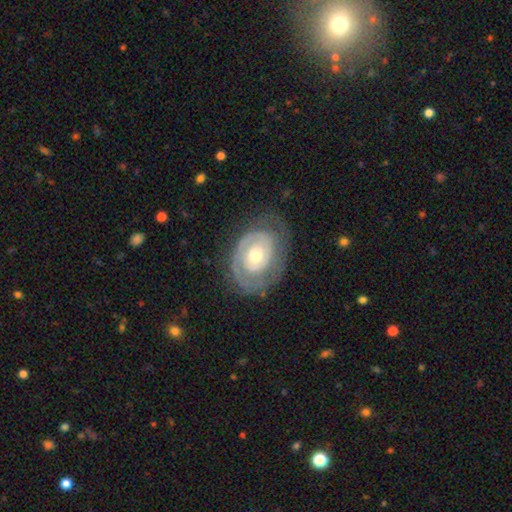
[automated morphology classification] featured or disk 81%, smooth 14%, star or artifact 5%. Down the decision tree: edge-on disk — no (96%); bar — no (78%); spiral arms — yes (86%); spiral arm count — 1 (38%); spiral winding — tight (74%); bulge size — moderate (62%); merging — none (70%).